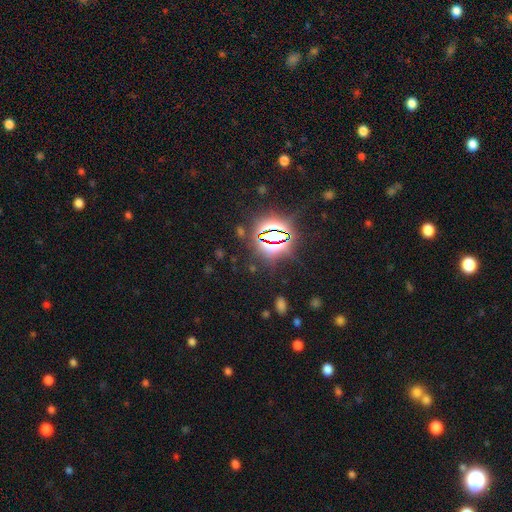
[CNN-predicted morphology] star or artifact 84%, smooth 10%, featured or disk 6%.